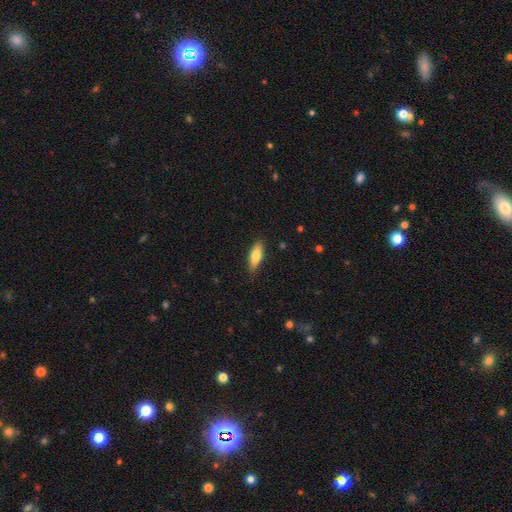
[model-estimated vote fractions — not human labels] Q: Smooth or featured?
A: smooth (73%); runner-up: featured or disk (21%)
Q: How rounded?
A: in between (57%); runner-up: cigar-shaped (41%)
Q: Merging?
A: none (85%); runner-up: minor disturbance (12%)